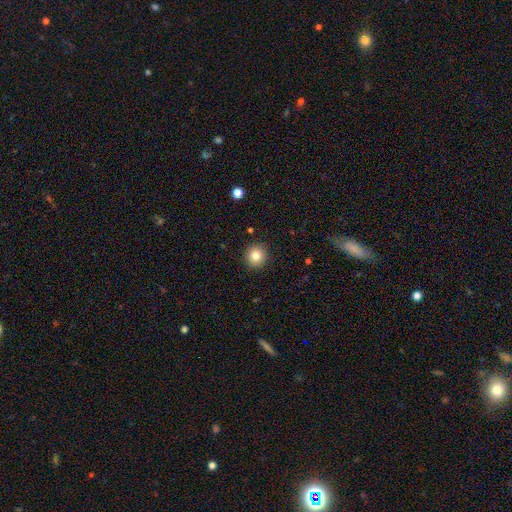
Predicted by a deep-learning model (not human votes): Overall: smooth (83%). How rounded: round (92%). Merging: none (91%).